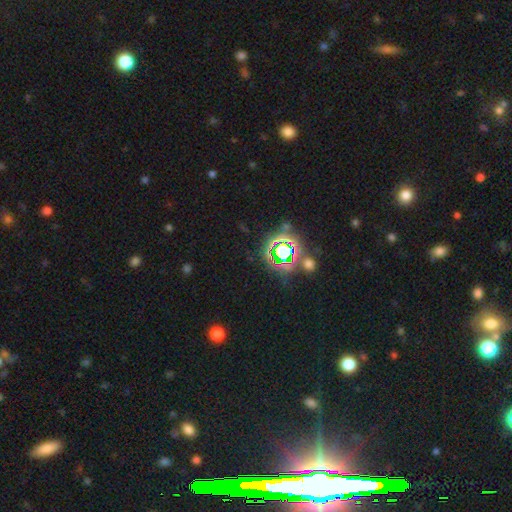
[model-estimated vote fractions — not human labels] Overall: star or artifact (77%).